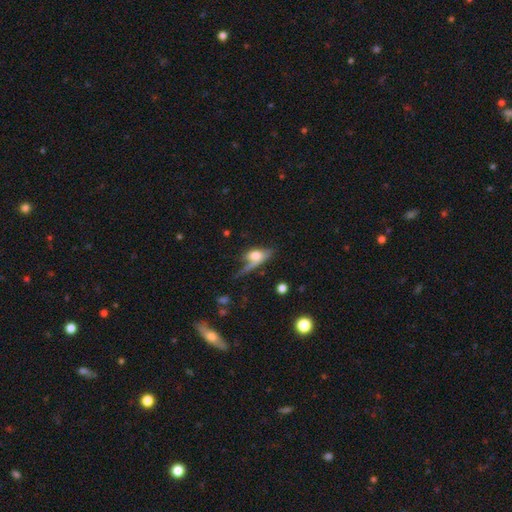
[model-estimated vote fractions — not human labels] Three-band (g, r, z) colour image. It shows a smooth galaxy with no disk features (56%) that is in between round and cigar-shaped (66%). Merging: none (35%).